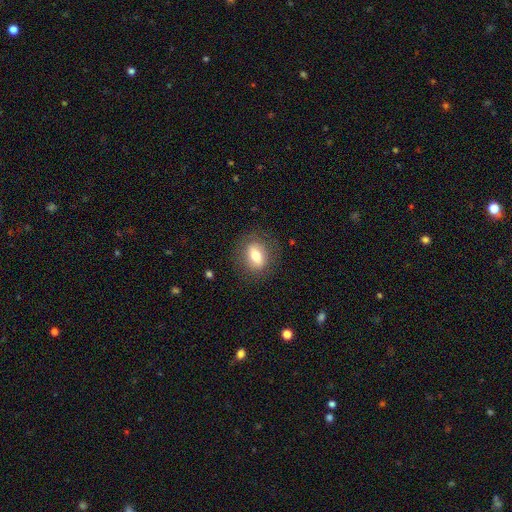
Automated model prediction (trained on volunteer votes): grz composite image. It shows a smooth galaxy with no disk features (66%) that is in between round and cigar-shaped (63%). Merging: none (82%).